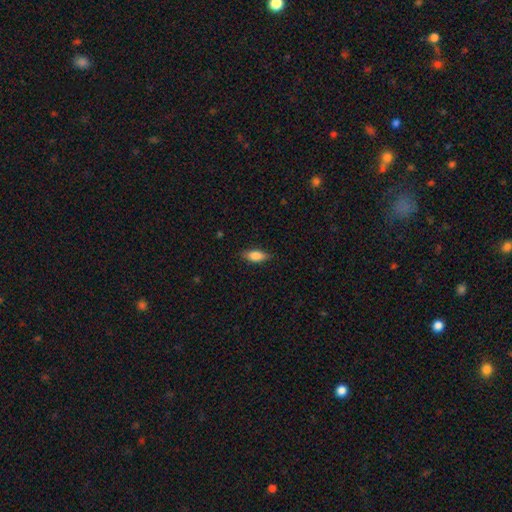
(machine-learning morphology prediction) Q: Smooth or featured?
A: smooth (79%); runner-up: featured or disk (14%)
Q: How rounded?
A: in between (78%); runner-up: cigar-shaped (19%)
Q: Merging?
A: none (83%); runner-up: minor disturbance (13%)